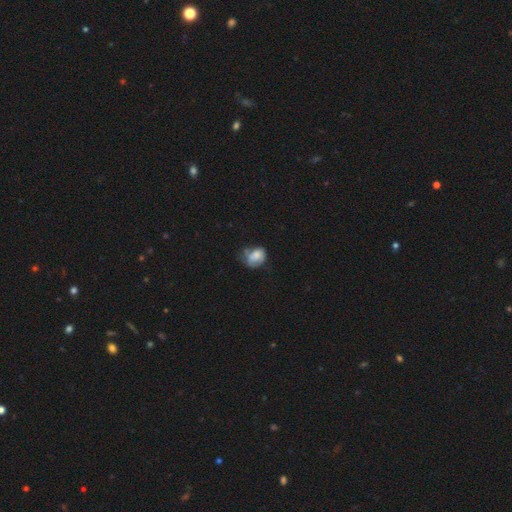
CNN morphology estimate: Smooth or featured? smooth (63%)
How rounded? in between (54%)
Merging? minor disturbance (35%, tied with none)